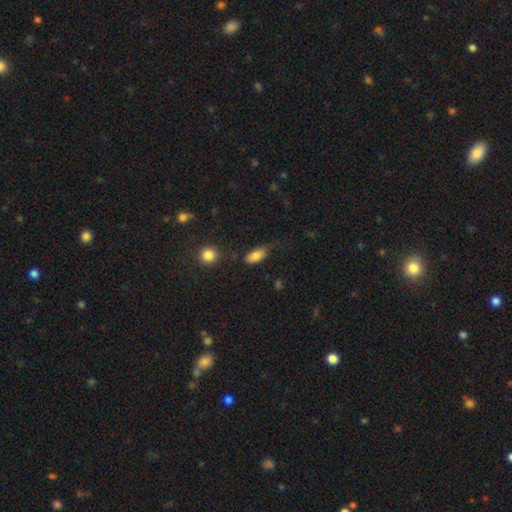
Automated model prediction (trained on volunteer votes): A smooth galaxy with no disk features (82%) that is in between round and cigar-shaped (88%). Merging: none (64%).